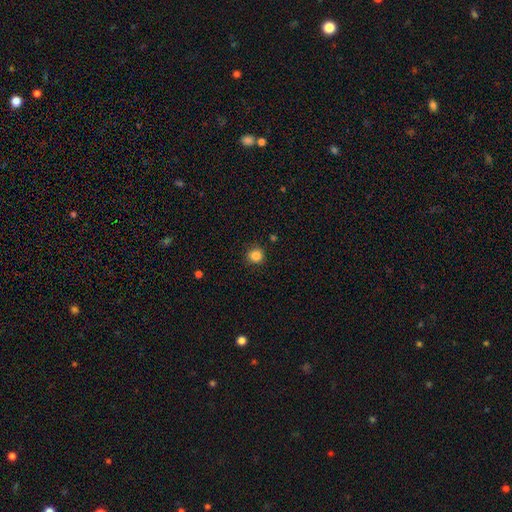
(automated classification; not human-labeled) smooth_or_featured: smooth (p=0.85) [alt: star or artifact p=0.11]
how_rounded: round (p=0.92) [alt: in between p=0.07]
merging: none (p=0.88) [alt: minor disturbance p=0.08]